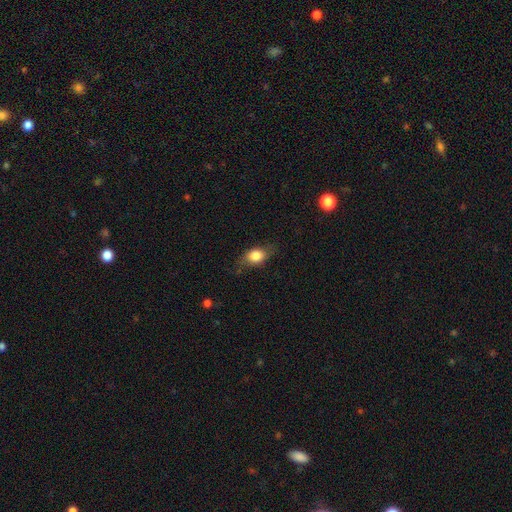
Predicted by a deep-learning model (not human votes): Morphology: type=smooth (78%); roundness=in between (72%); merging=none (70%).